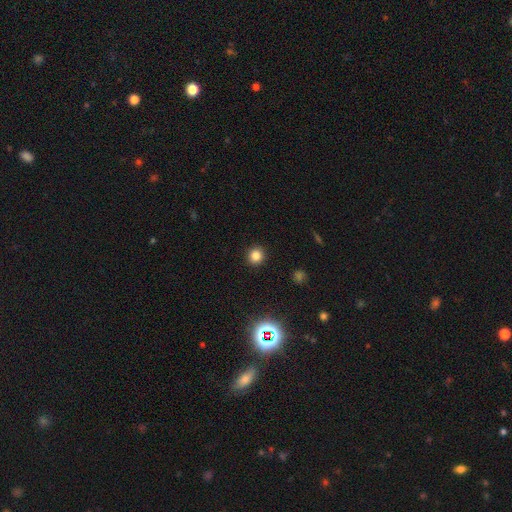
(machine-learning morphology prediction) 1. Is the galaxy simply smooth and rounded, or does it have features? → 80% smooth, 15% star or artifact, 5% featured or disk.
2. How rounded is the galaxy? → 92% round, 7% in between, 1% cigar-shaped.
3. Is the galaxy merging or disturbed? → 92% none, 5% minor disturbance, 2% major disturbance, 1% merger.